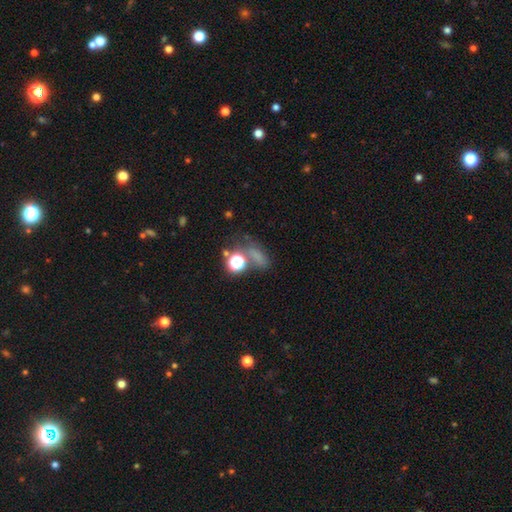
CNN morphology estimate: Smooth or featured? Predicted: smooth (p=0.54). How rounded? Predicted: in between (p=0.49). Merging? Predicted: none (p=0.54).